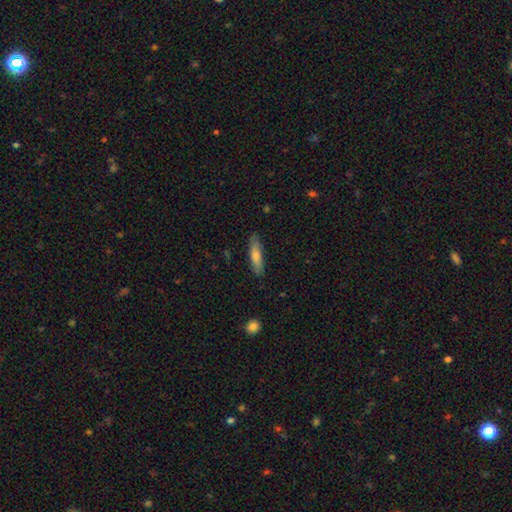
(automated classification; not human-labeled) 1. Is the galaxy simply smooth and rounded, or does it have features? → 70% smooth, 24% featured or disk, 6% star or artifact.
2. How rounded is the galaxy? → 80% cigar-shaped, 18% in between, 2% round.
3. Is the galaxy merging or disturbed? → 86% none, 11% minor disturbance, 2% major disturbance, 1% merger.